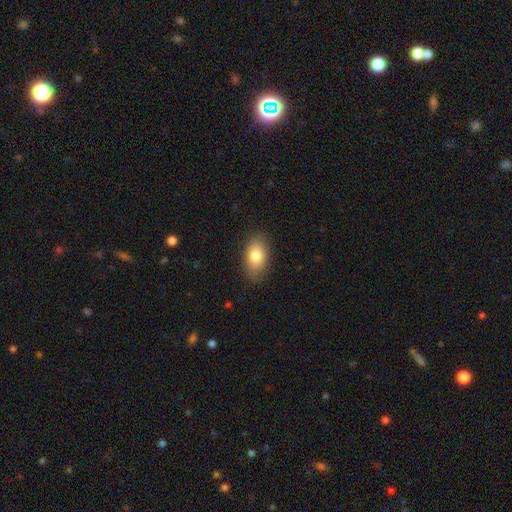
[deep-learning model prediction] Smooth or featured?
  - smooth: 81% *
  - featured or disk: 11%
  - star or artifact: 8%
How rounded?
  - in between: 90% *
  - round: 8%
  - cigar-shaped: 2%
Merging?
  - none: 85% *
  - minor disturbance: 12%
  - major disturbance: 3%
  - merger: 1%